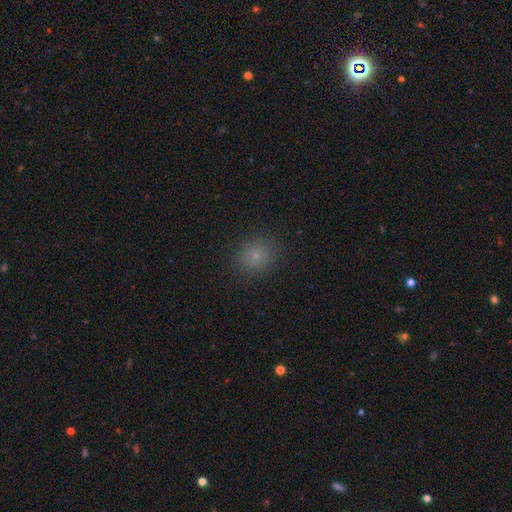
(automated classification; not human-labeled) smooth 77%, star or artifact 16%, featured or disk 7%. Down the decision tree: how rounded — round (77%); merging — none (88%).